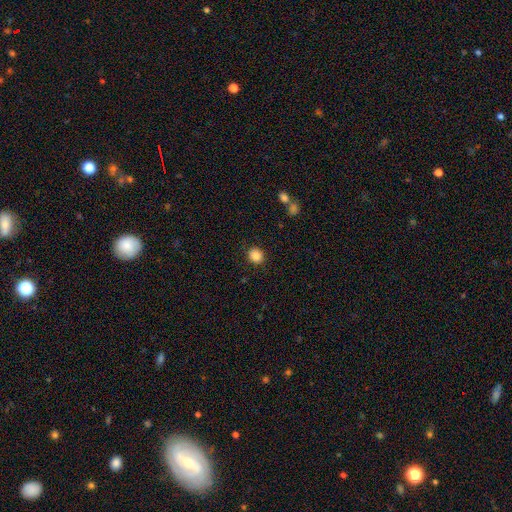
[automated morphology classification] Overall: smooth (87%). How rounded: round (81%). Merging: none (89%).